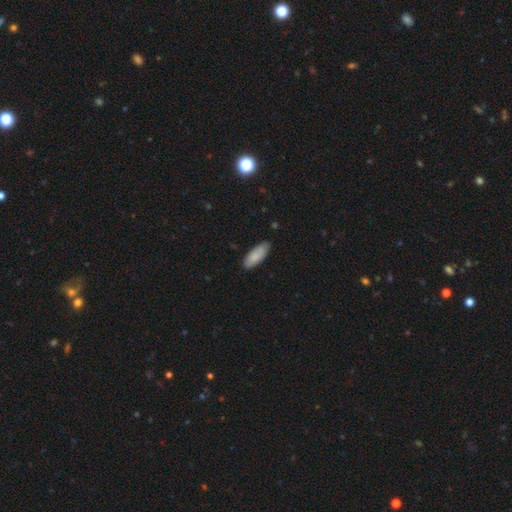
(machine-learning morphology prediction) Q: Smooth or featured?
A: smooth (85%); runner-up: featured or disk (9%)
Q: How rounded?
A: in between (76%); runner-up: cigar-shaped (23%)
Q: Merging?
A: none (81%); runner-up: minor disturbance (16%)